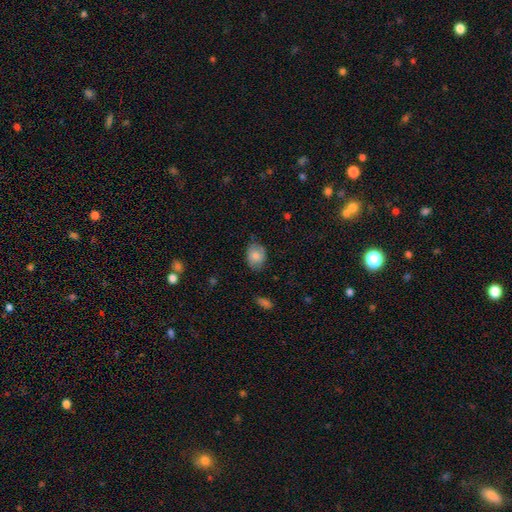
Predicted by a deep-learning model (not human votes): Smooth or featured: smooth — 79% (featured or disk — 13%)
How rounded: in between — 61% (round — 38%)
Merging: none — 70% (minor disturbance — 25%)